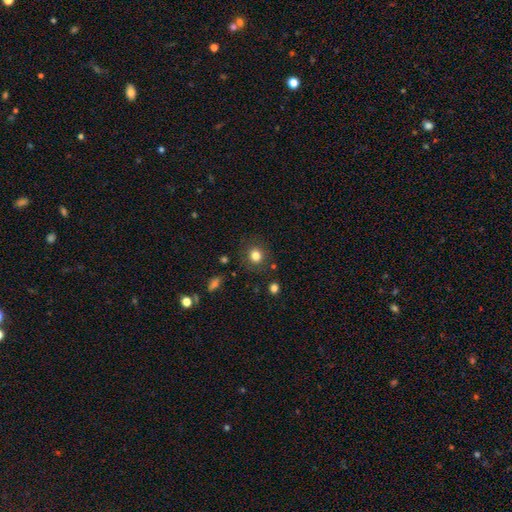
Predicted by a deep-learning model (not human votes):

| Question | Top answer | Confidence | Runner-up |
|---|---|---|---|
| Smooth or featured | smooth | 81% | star or artifact (12%) |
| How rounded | round | 86% | in between (13%) |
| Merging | none | 85% | minor disturbance (9%) |